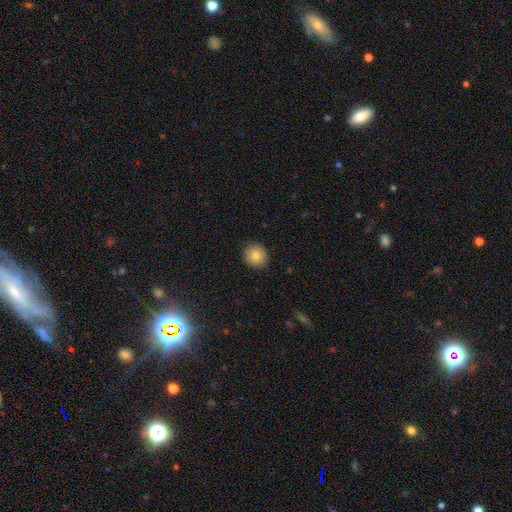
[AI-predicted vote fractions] Overall: smooth (81%). How rounded: round (90%). Merging: none (89%).